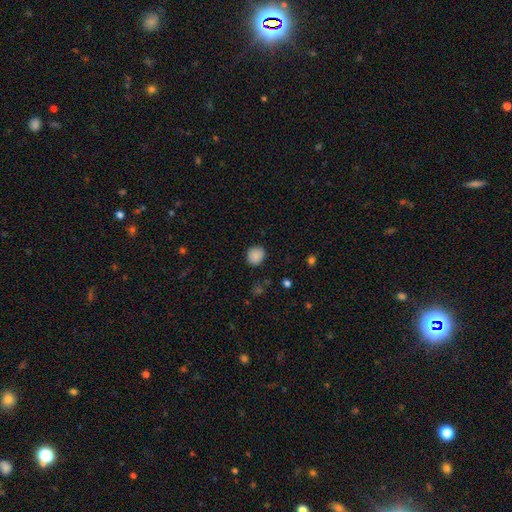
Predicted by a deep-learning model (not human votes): smooth-or-featured: smooth: 88% | star or artifact: 9% | featured or disk: 3%
  how-rounded: round: 76% | in between: 23% | cigar-shaped: 1%
  merging: none: 86% | minor disturbance: 10% | major disturbance: 3% | merger: 1%